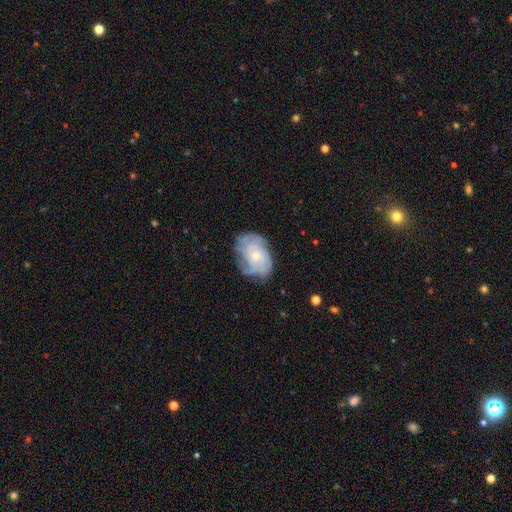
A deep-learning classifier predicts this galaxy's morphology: A featured or disk galaxy (73%) with no bar (78%), tight (57%) spiral arms (89%) and a small central bulge (56%). Merging: none (66%).